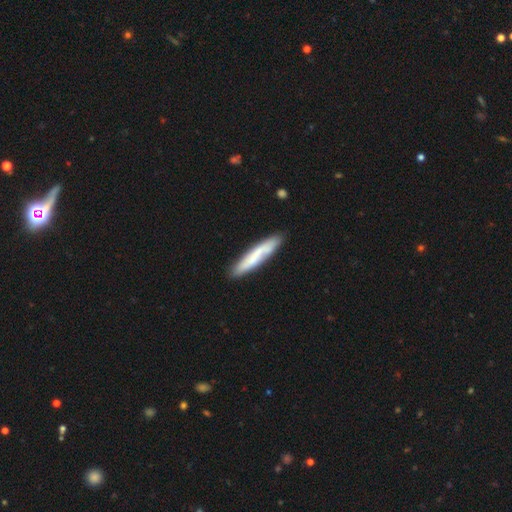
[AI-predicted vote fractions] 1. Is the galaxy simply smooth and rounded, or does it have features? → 57% smooth, 37% featured or disk, 6% star or artifact.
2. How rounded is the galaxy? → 88% cigar-shaped, 11% in between, 1% round.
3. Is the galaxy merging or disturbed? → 81% none, 14% minor disturbance, 3% major disturbance, 3% merger.